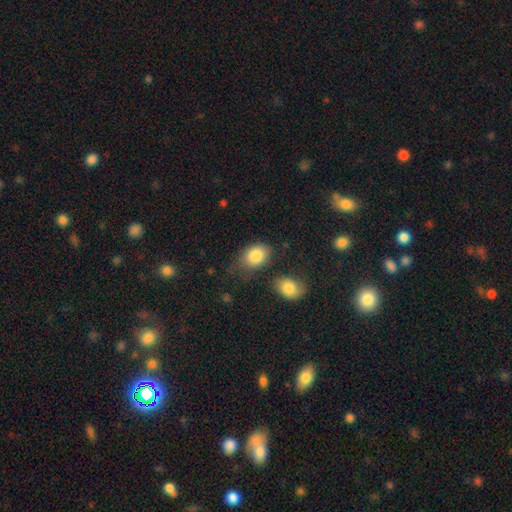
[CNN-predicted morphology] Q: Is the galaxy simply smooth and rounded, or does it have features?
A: smooth — 86%.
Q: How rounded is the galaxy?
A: in between — 72%.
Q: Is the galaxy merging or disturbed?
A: none — 60%.